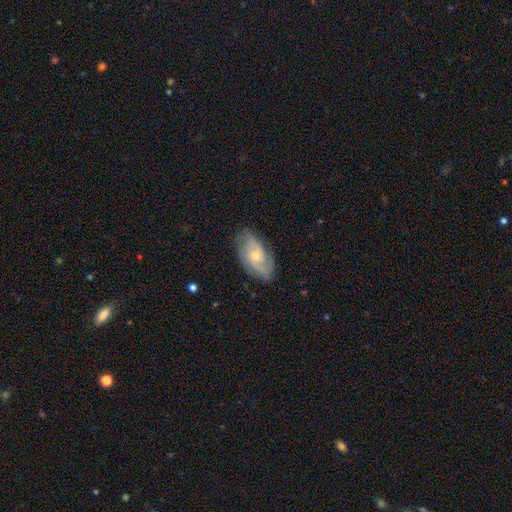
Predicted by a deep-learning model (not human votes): A featured or disk galaxy (74%) with no bar (72%), 2 (47%) tight (48%) spiral arms (93%) and a small central bulge (58%). Merging: none (77%).